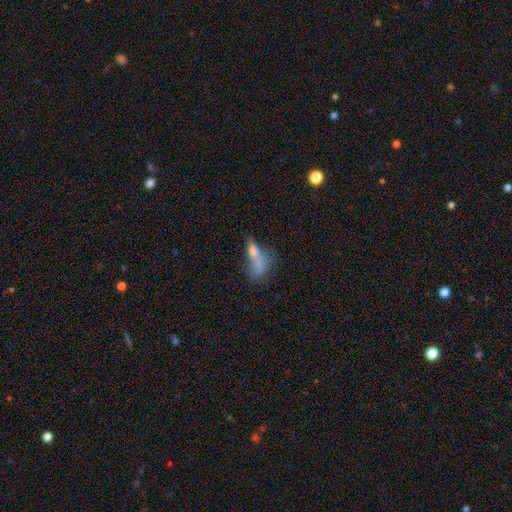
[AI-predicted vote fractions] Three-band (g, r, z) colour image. It shows a smooth galaxy with no disk features (56%) that is in between round and cigar-shaped (69%). Merging: merger (38%).